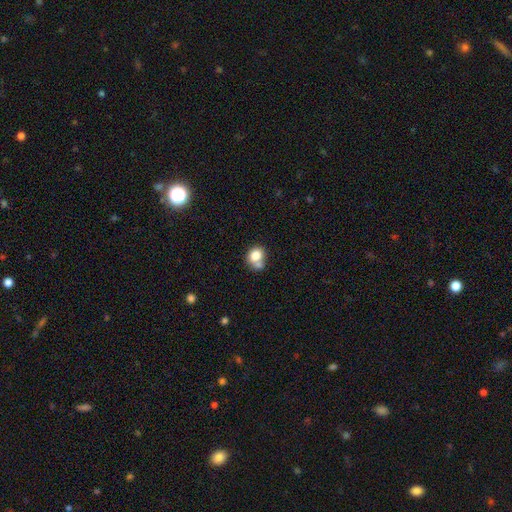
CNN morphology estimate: type=smooth (79%); roundness=round (63%); merging=none (44%).